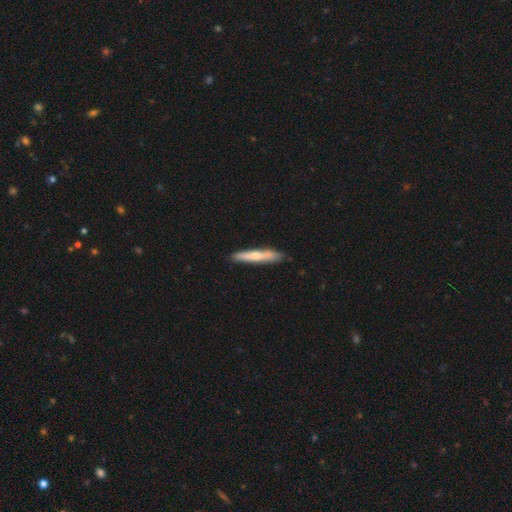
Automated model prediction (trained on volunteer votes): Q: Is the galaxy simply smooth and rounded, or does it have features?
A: smooth — 61%.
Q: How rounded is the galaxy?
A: cigar-shaped — 94%.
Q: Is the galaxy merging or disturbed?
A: none — 86%.